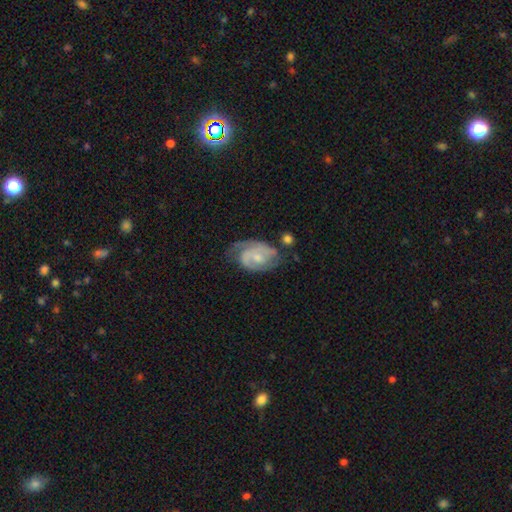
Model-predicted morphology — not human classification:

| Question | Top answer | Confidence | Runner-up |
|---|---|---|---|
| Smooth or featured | featured or disk | 78% | smooth (16%) |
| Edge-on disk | no | 97% | yes (3%) |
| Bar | no | 56% | weak (38%) |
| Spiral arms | yes | 93% | no (7%) |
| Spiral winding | tight | 43% | medium (42%) |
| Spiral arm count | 2 | 62% | can't tell (15%) |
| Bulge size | small | 54% | moderate (34%) |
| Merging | none | 51% | minor disturbance (27%) |